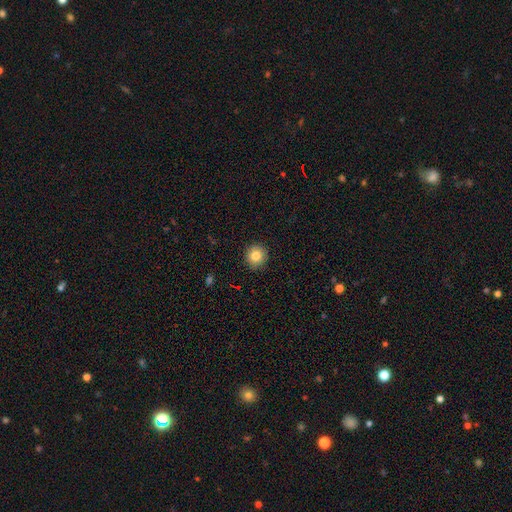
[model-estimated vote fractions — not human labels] The model was most divided on "smooth or featured": smooth: 83%, star or artifact: 10%, featured or disk: 7%. More confident: how rounded — round (94%); merging — none (91%).